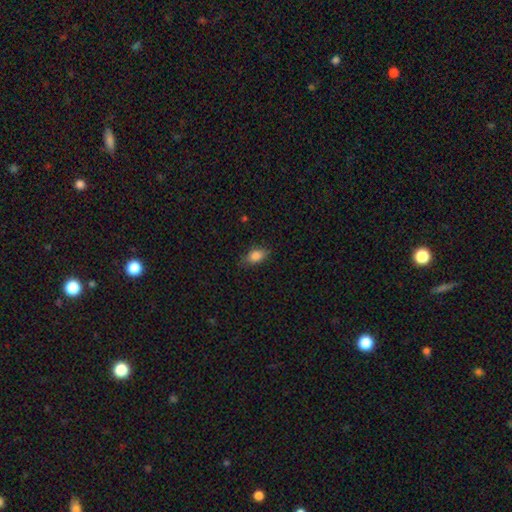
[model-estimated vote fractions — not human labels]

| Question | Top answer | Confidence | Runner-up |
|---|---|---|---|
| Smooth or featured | smooth | 84% | star or artifact (9%) |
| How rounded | in between | 85% | round (10%) |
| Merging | none | 78% | minor disturbance (17%) |